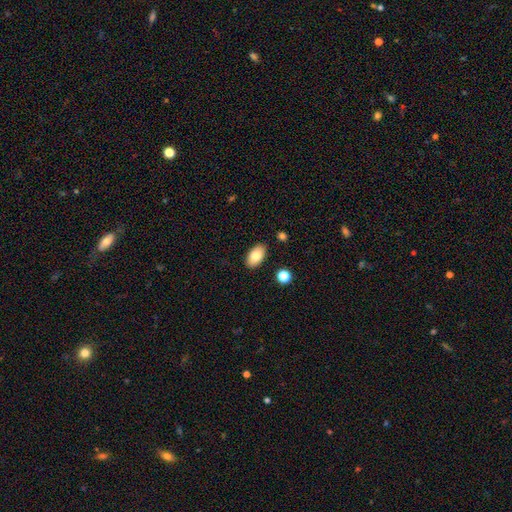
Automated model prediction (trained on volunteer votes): This is likely a smooth galaxy (80%). How rounded: clearly in between (94%). Merging: clearly none (88%).